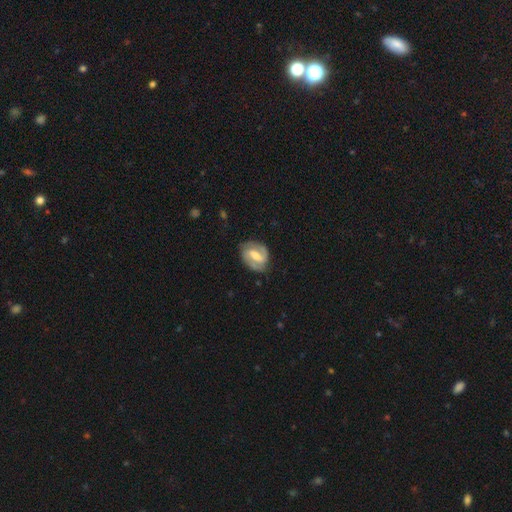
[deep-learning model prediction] This appears to be a featured or disk galaxy (78%) with a strong bar (46%), 2 (86%) medium (46%) spiral arms (91%) and a moderate central bulge (57%). Merging: none (77%).